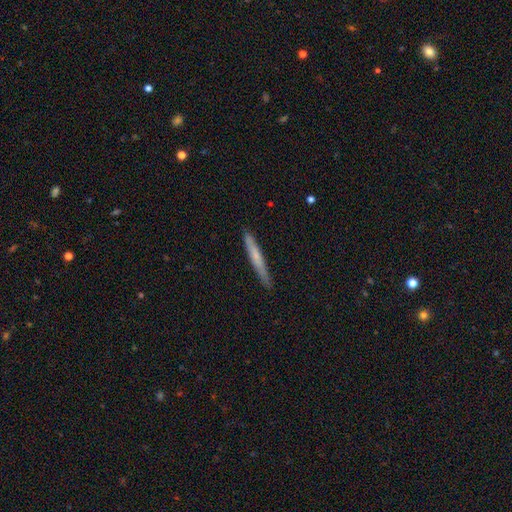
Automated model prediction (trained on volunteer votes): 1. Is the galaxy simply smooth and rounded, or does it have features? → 58% smooth, 36% featured or disk, 6% star or artifact.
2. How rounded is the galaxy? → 96% cigar-shaped, 2% in between, 1% round.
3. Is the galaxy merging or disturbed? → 87% none, 10% minor disturbance, 2% major disturbance, 1% merger.